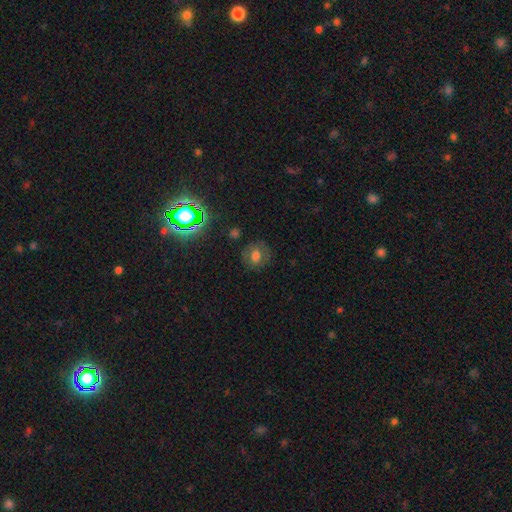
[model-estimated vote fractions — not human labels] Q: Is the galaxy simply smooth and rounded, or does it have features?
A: smooth — 60%.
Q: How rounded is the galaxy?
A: round — 68%.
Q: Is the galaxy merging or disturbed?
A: none — 77%.